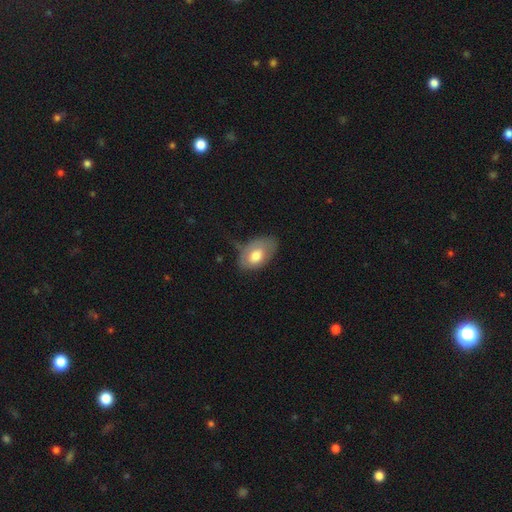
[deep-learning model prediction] Morphology: type=smooth (64%); roundness=in between (91%); merging=none (46%).